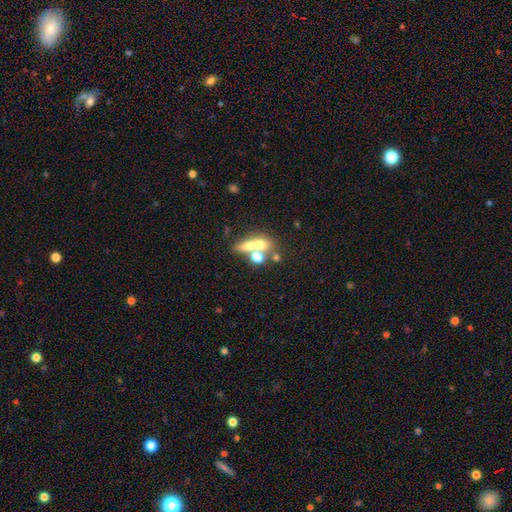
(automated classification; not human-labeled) Smooth or featured?
  - smooth: 53% *
  - featured or disk: 31%
  - star or artifact: 16%
How rounded?
  - in between: 46% *
  - round: 45%
  - cigar-shaped: 10%
Merging?
  - merger: 55% *
  - none: 31%
  - minor disturbance: 7%
  - major disturbance: 6%